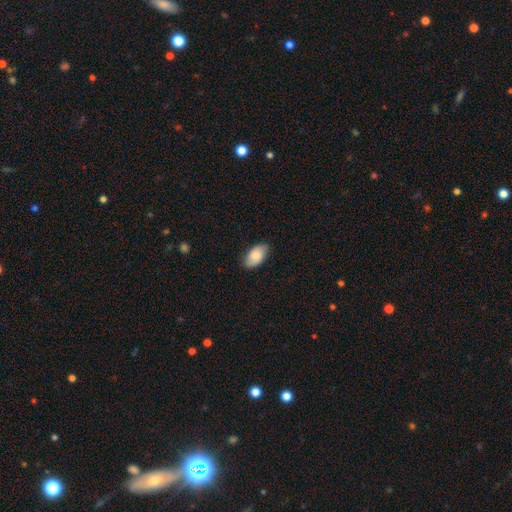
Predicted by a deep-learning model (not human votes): Smooth or featured?
  - smooth: 79% *
  - featured or disk: 14%
  - star or artifact: 6%
How rounded?
  - in between: 95% *
  - round: 4%
  - cigar-shaped: 2%
Merging?
  - none: 83% *
  - minor disturbance: 14%
  - major disturbance: 2%
  - merger: 1%